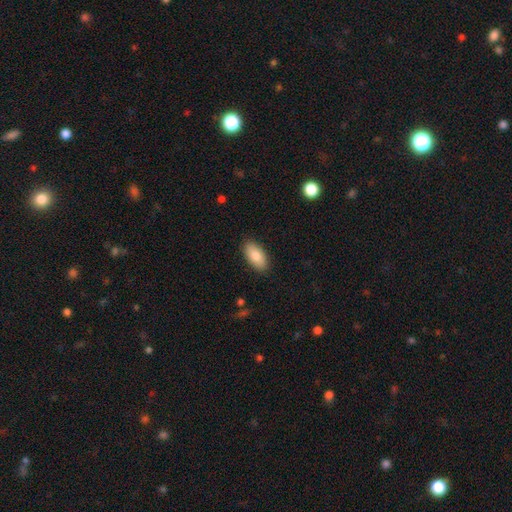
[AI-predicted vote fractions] Overall: smooth (82%). How rounded: in between (93%). Merging: none (89%).